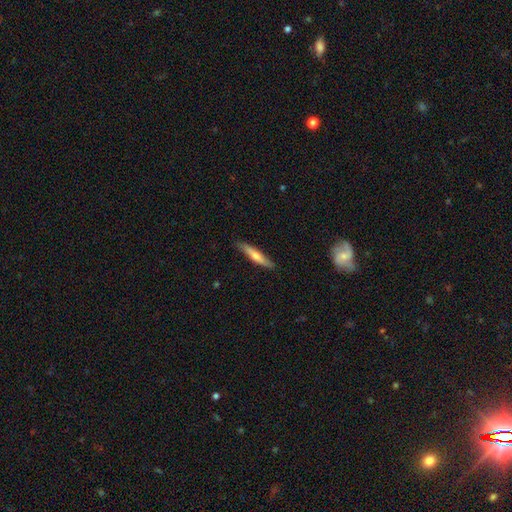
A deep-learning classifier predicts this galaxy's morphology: This appears to be a smooth galaxy with no disk features (59%) that is cigar-shaped (90%). Merging: none (87%).